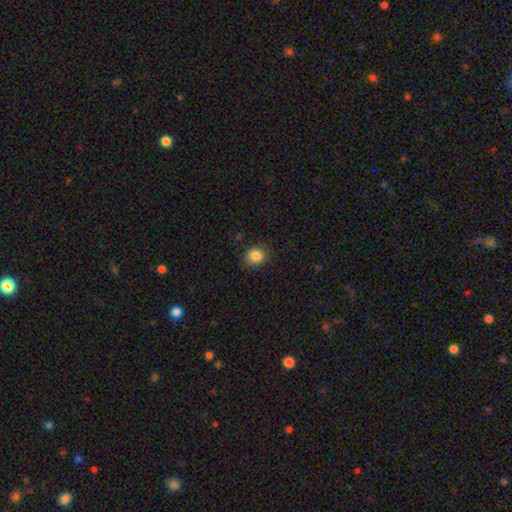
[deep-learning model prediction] The model was most divided on "how rounded": round: 74%, in between: 25%, cigar-shaped: 1%. More confident: merging — none (85%); smooth or featured — smooth (85%).